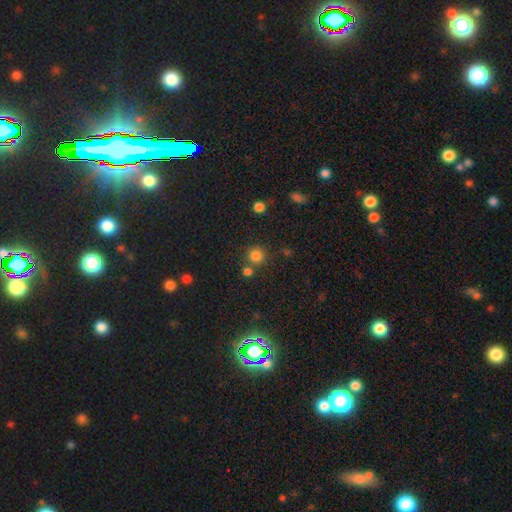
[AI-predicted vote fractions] Smooth or featured?
  - smooth: 79% *
  - star or artifact: 15%
  - featured or disk: 5%
How rounded?
  - round: 92% *
  - in between: 7%
  - cigar-shaped: 1%
Merging?
  - none: 74% *
  - merger: 15%
  - minor disturbance: 8%
  - major disturbance: 3%